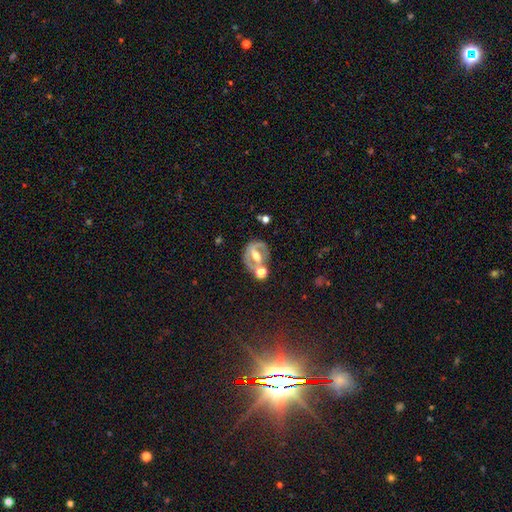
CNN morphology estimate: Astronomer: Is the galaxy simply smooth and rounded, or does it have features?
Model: featured or disk — 64%.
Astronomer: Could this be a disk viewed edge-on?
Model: no — 92%.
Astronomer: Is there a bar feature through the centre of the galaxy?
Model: strong — 44% (runner-up: weak, 33%).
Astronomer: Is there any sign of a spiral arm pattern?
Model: no — 54% (runner-up: yes, 46%).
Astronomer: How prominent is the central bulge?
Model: moderate — 66%.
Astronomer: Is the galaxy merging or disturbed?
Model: none — 52%.